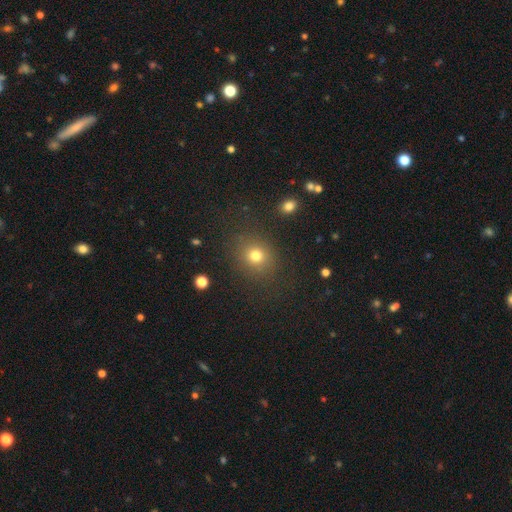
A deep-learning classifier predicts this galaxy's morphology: The model was most divided on "how rounded": round: 77%, in between: 22%, cigar-shaped: 1%. More confident: merging — none (84%); smooth or featured — smooth (76%).